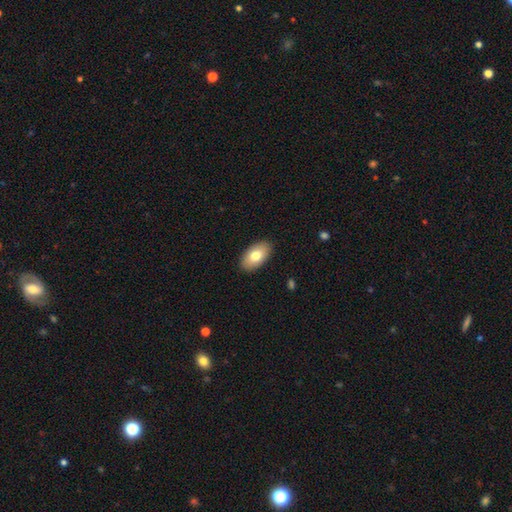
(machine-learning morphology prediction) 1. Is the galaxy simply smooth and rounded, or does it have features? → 76% smooth, 17% featured or disk, 6% star or artifact.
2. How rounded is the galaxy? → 95% in between, 4% round, 2% cigar-shaped.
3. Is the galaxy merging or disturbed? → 89% none, 8% minor disturbance, 2% major disturbance, 1% merger.